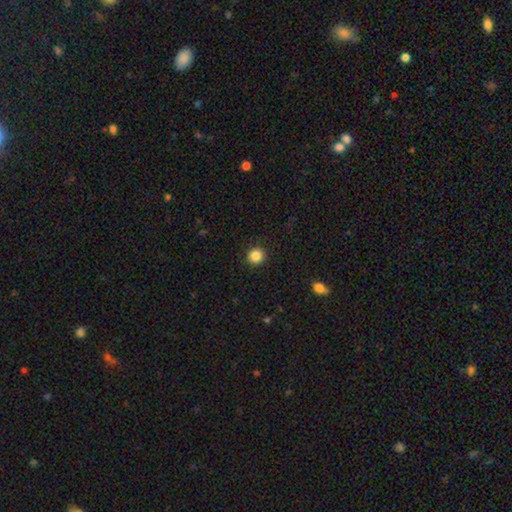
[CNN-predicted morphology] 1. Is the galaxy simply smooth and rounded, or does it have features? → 87% smooth, 10% star or artifact, 3% featured or disk.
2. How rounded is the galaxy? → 94% round, 5% in between, 1% cigar-shaped.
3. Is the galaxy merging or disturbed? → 93% none, 5% minor disturbance, 2% major disturbance, 1% merger.